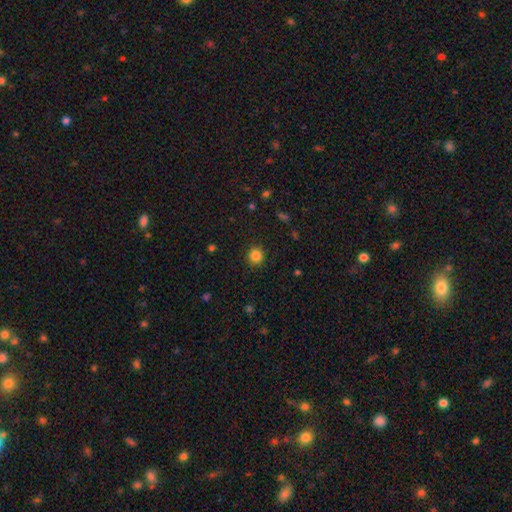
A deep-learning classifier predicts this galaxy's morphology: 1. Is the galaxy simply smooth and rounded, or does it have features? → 84% smooth, 12% star or artifact, 4% featured or disk.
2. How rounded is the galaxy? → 91% round, 8% in between, 1% cigar-shaped.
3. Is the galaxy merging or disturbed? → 91% none, 6% minor disturbance, 2% major disturbance, 1% merger.